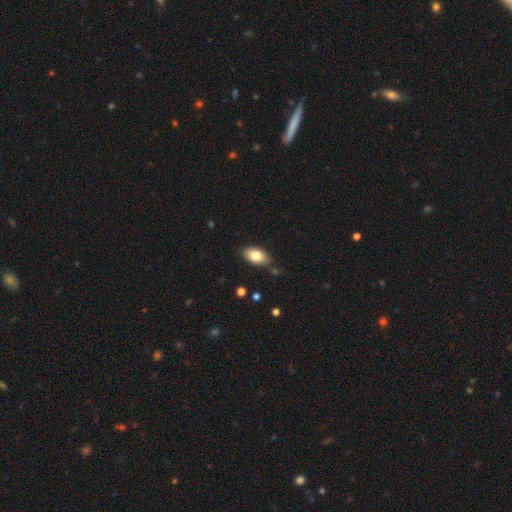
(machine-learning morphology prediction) smooth 81%, featured or disk 11%, star or artifact 8%. Down the decision tree: how rounded — in between (92%); merging — none (81%).